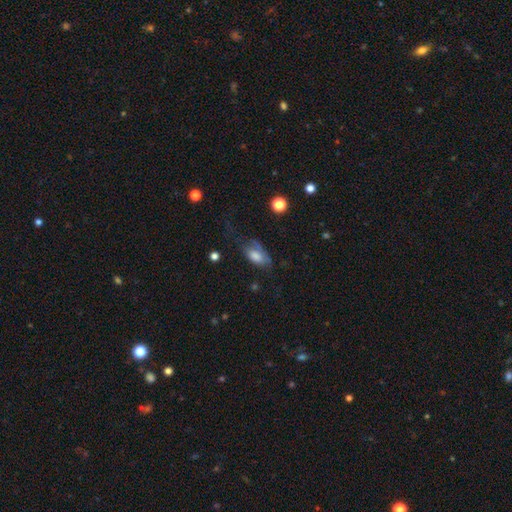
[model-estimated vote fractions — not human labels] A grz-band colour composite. It shows a smooth galaxy with no disk features (65%) that is in between round and cigar-shaped (89%). Merging: none (36%).